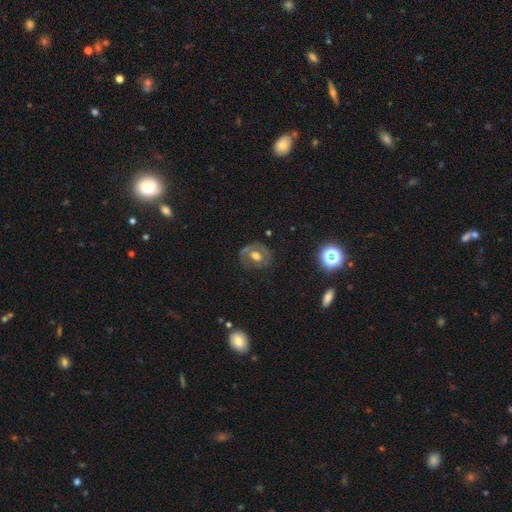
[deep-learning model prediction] Smooth or featured? featured or disk (50%)
Edge-on disk? no (94%)
Merging? none (70%)